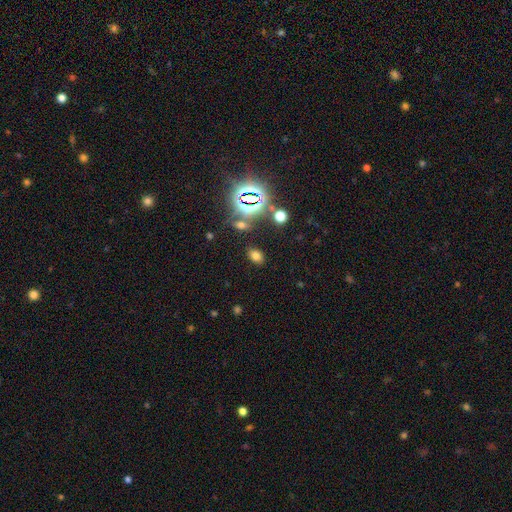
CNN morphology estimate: Smooth or featured?
  - smooth: 66% *
  - star or artifact: 26%
  - featured or disk: 8%
How rounded?
  - in between: 77% *
  - round: 21%
  - cigar-shaped: 2%
Merging?
  - none: 84% *
  - minor disturbance: 9%
  - merger: 4%
  - major disturbance: 3%